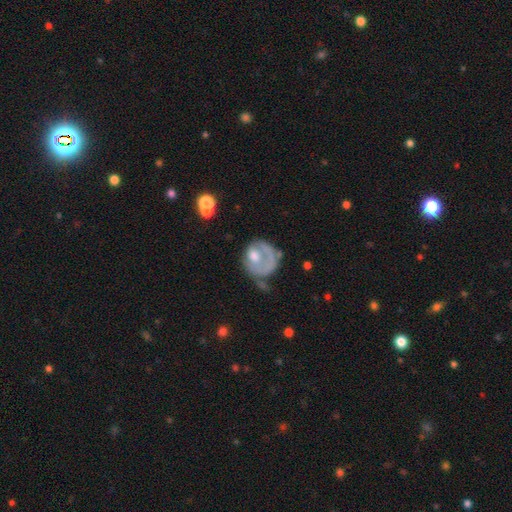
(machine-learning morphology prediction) Smooth or featured? Predicted: featured or disk (p=0.54). Edge-on disk? Predicted: no (p=0.97). Bar? Predicted: no (p=0.85). Spiral arms? Predicted: no (p=0.64). Bulge size? Predicted: moderate (p=0.50). Merging? Predicted: none (p=0.38).